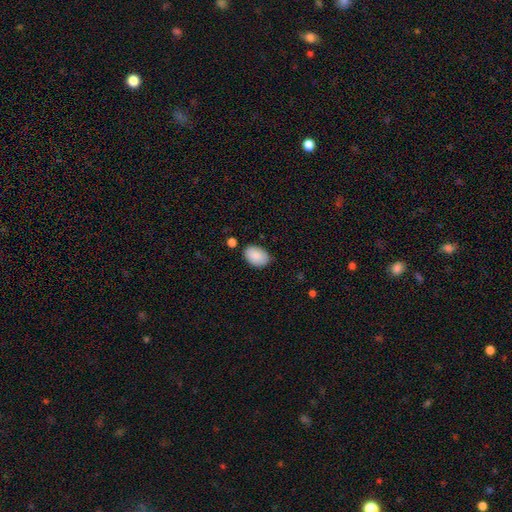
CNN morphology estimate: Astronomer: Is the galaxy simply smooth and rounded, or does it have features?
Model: smooth — 89%.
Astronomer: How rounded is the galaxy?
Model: in between — 87%.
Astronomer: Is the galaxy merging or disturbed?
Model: none — 78%.